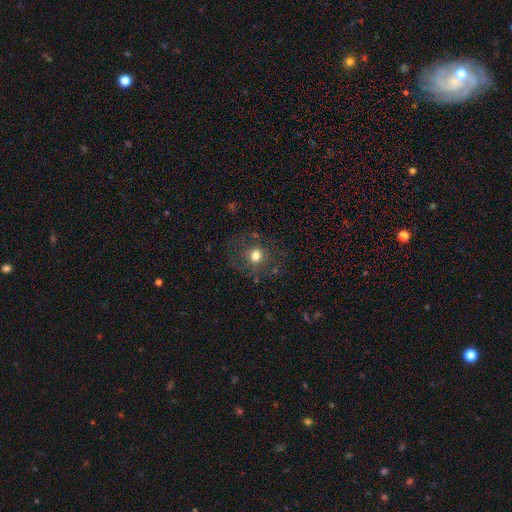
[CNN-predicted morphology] Smooth or featured? Predicted: smooth (p=0.69). How rounded? Predicted: round (p=0.79). Merging? Predicted: none (p=0.72).